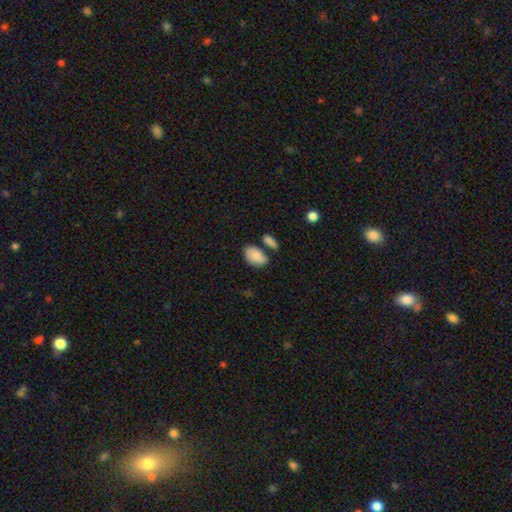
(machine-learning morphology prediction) Smooth or featured?
  - smooth: 85% *
  - featured or disk: 8%
  - star or artifact: 6%
How rounded?
  - in between: 92% *
  - round: 7%
  - cigar-shaped: 2%
Merging?
  - none: 53% *
  - merger: 22%
  - minor disturbance: 19%
  - major disturbance: 6%